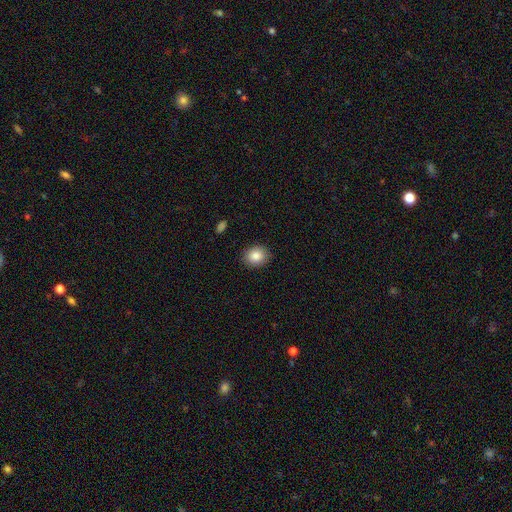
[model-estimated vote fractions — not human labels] Smooth or featured? smooth (86%)
How rounded? round (60%)
Merging? none (89%)